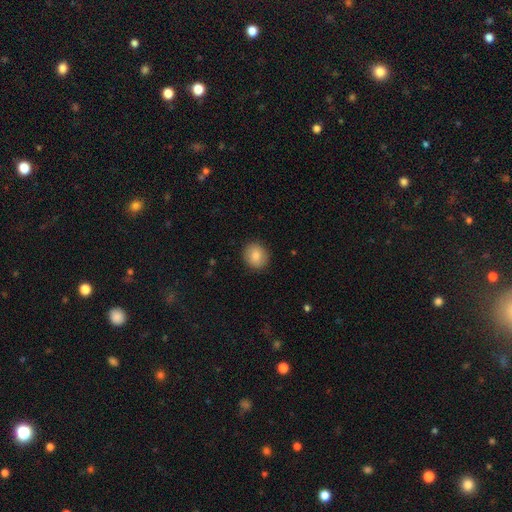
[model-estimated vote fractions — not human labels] Q: Smooth or featured?
A: smooth (84%); runner-up: star or artifact (8%)
Q: How rounded?
A: round (80%); runner-up: in between (19%)
Q: Merging?
A: none (90%); runner-up: minor disturbance (7%)